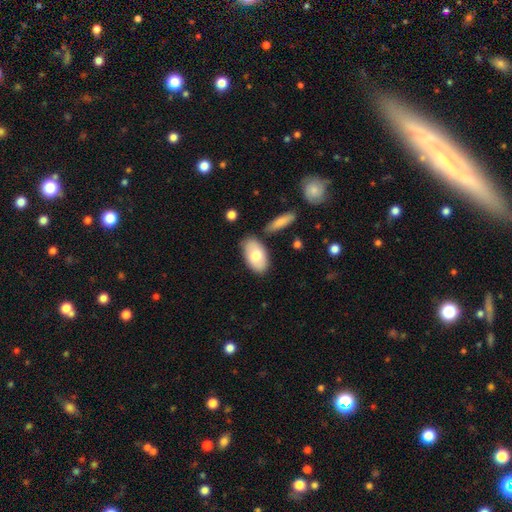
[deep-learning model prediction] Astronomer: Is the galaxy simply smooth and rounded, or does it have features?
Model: smooth — 71%.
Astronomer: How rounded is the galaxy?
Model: in between — 94%.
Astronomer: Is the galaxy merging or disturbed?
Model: none — 77%.